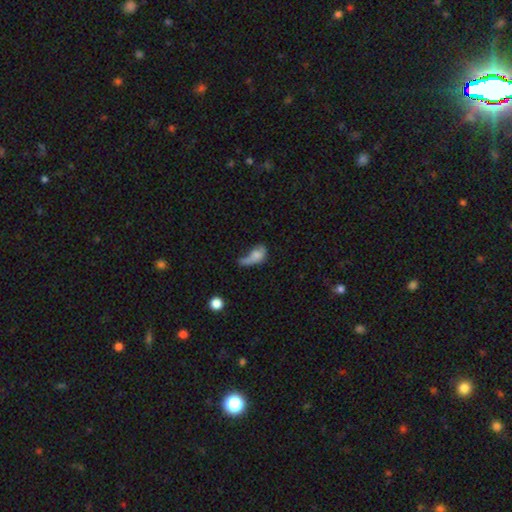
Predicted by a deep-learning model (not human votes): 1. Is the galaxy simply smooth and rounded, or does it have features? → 63% smooth, 26% featured or disk, 11% star or artifact.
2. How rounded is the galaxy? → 75% in between, 14% round, 10% cigar-shaped.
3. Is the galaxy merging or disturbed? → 42% major disturbance, 20% minor disturbance, 19% merger, 19% none.